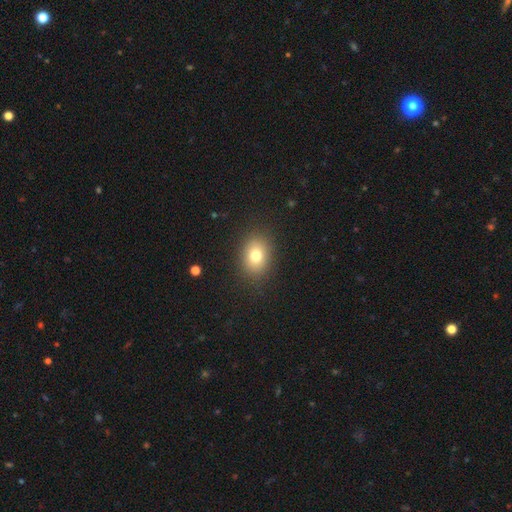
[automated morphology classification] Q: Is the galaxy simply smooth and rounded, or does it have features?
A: smooth — 77%.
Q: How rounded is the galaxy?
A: in between — 61%.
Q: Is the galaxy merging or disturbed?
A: none — 87%.